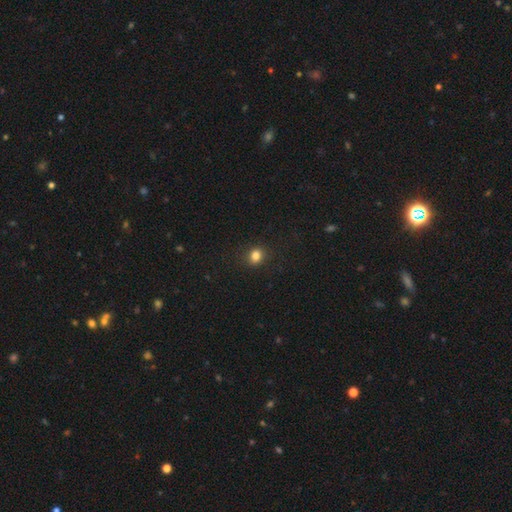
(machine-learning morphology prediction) A smooth galaxy with no disk features (82%) that is round (70%). Merging: none (89%).